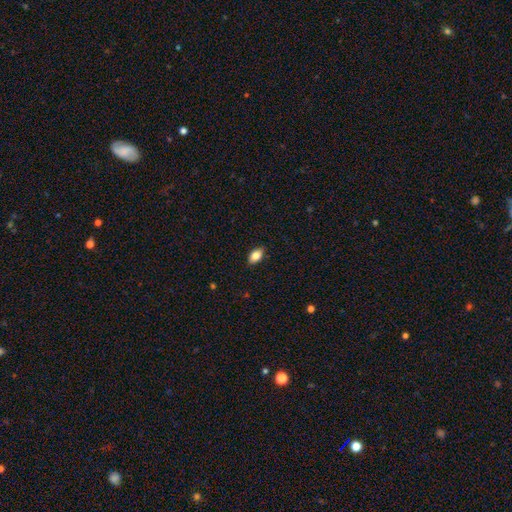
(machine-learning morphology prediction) type=smooth (81%); roundness=in between (89%); merging=none (87%).